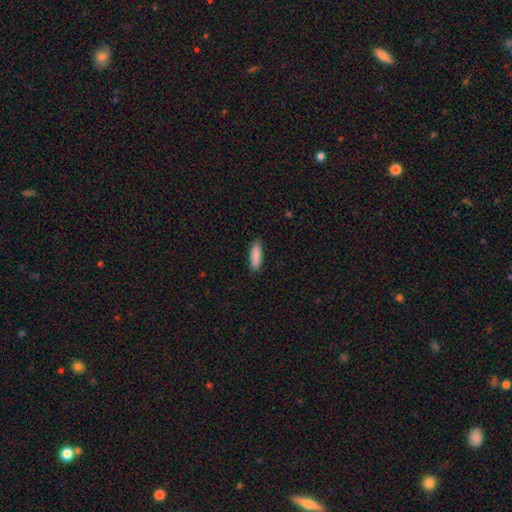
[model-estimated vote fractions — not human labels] Morphology: type=smooth (89%); roundness=cigar-shaped (50%); merging=none (88%).